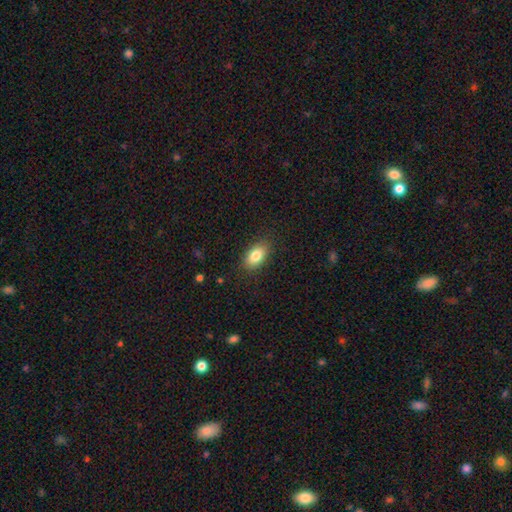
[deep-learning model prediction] Smooth or featured?
  - smooth: 83% *
  - featured or disk: 10%
  - star or artifact: 8%
How rounded?
  - in between: 91% *
  - round: 6%
  - cigar-shaped: 3%
Merging?
  - none: 86% *
  - minor disturbance: 10%
  - major disturbance: 3%
  - merger: 1%